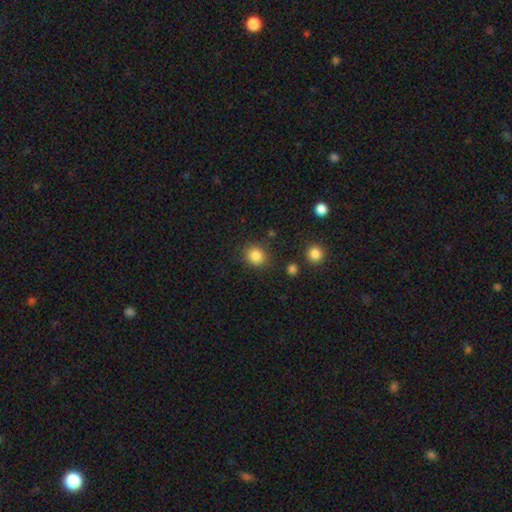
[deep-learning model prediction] Overall: smooth (85%). How rounded: round (78%). Merging: none (84%).